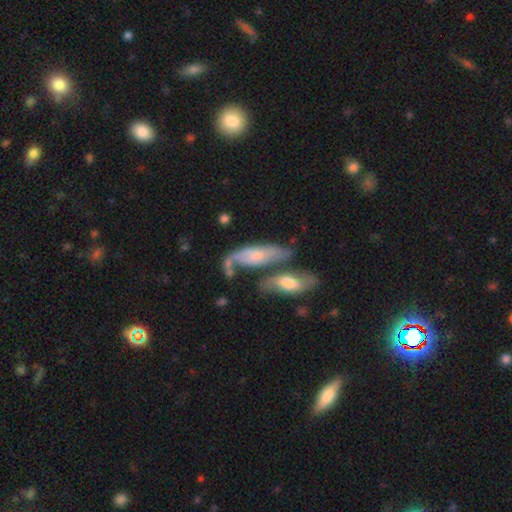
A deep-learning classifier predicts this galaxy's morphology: featured or disk 50%, smooth 43%, star or artifact 7%. Down the decision tree: edge-on disk — no (70%); merging — none (35%).